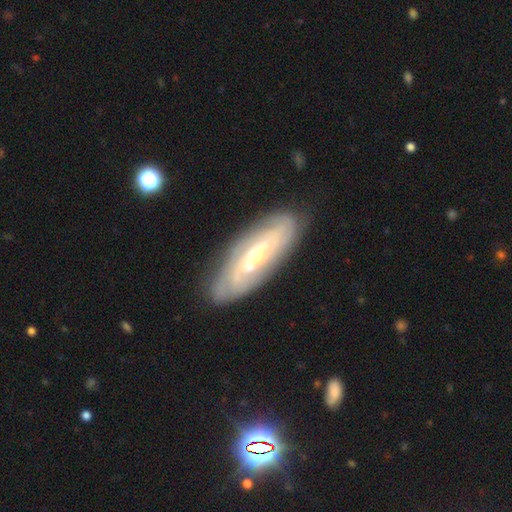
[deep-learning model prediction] featured or disk 75%, smooth 19%, star or artifact 6%. Down the decision tree: edge-on disk — no (83%); bar — no (55%); spiral arms — yes (80%); bulge size — small (55%); merging — none (80%).